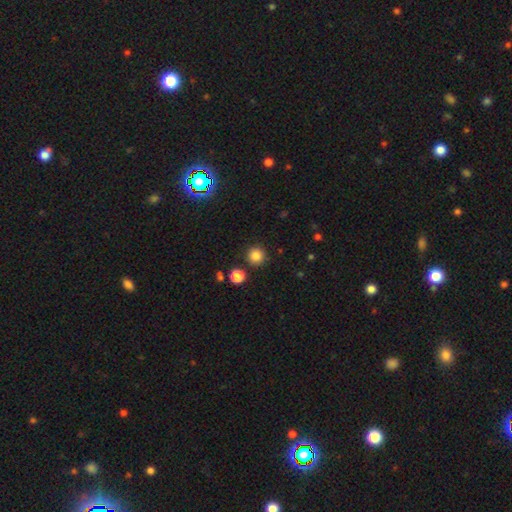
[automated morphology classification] smooth-or-featured: smooth: 83% | star or artifact: 13% | featured or disk: 4%
  how-rounded: round: 95% | in between: 4% | cigar-shaped: 1%
  merging: none: 88% | minor disturbance: 6% | merger: 4% | major disturbance: 2%